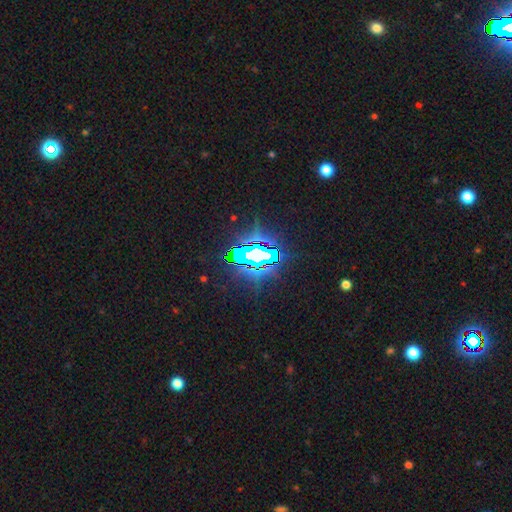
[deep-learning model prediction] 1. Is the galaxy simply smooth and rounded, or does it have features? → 75% star or artifact, 14% featured or disk, 12% smooth.